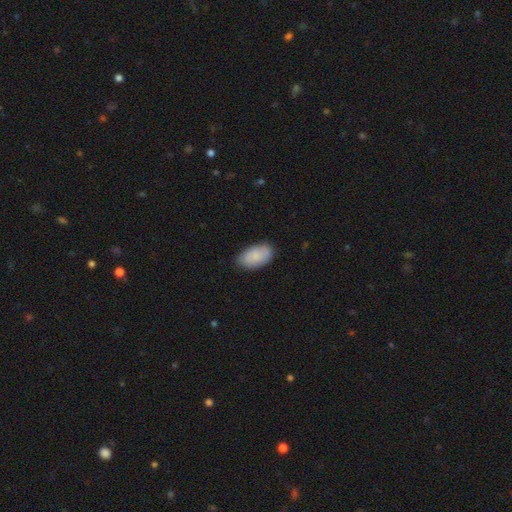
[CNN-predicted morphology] Overall: smooth (82%). How rounded: in between (95%). Merging: none (78%).